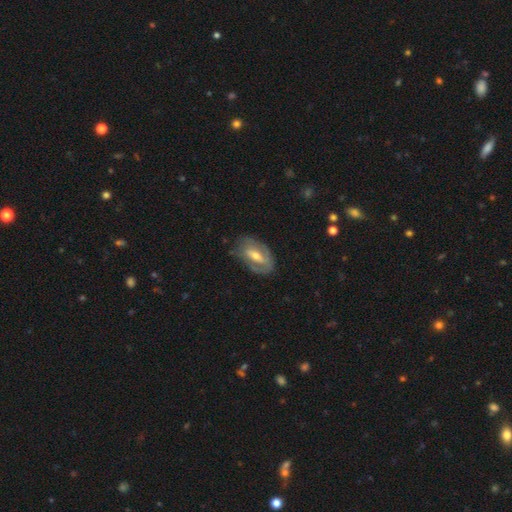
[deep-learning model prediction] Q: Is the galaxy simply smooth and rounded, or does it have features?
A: featured or disk — 64%.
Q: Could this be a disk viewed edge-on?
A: no — 89%.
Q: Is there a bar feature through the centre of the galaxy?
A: weak — 40%.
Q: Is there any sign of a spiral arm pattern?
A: yes — 59%.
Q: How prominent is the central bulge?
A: moderate — 58%.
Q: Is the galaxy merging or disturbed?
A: none — 66%.